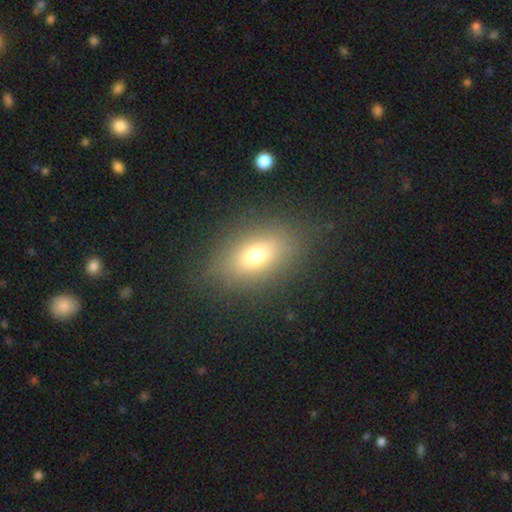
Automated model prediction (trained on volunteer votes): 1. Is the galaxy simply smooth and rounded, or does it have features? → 70% smooth, 18% featured or disk, 13% star or artifact.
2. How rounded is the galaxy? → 81% in between, 15% round, 4% cigar-shaped.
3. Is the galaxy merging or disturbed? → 83% none, 11% minor disturbance, 5% major disturbance, 1% merger.